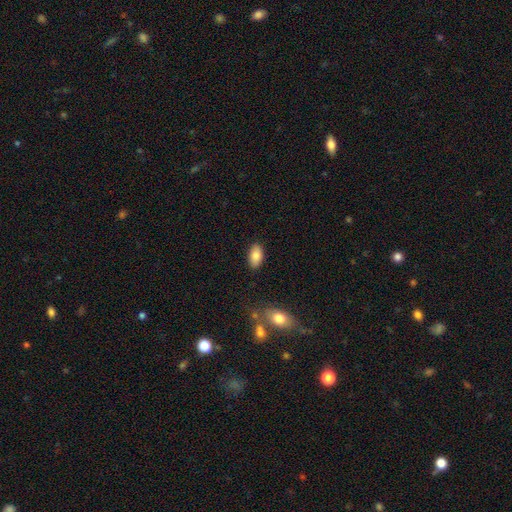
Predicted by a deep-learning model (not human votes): Smooth or featured?
  - smooth: 85% *
  - featured or disk: 8%
  - star or artifact: 7%
How rounded?
  - in between: 94% *
  - round: 3%
  - cigar-shaped: 3%
Merging?
  - none: 86% *
  - minor disturbance: 10%
  - major disturbance: 2%
  - merger: 2%